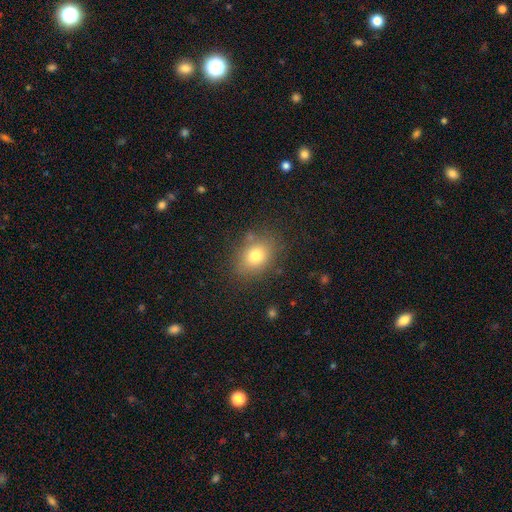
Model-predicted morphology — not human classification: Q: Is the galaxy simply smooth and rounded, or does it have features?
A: smooth — 76%.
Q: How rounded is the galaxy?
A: in between — 67%.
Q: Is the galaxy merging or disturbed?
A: none — 79%.